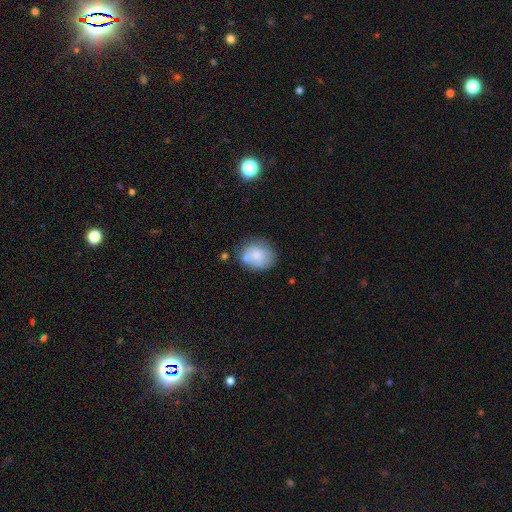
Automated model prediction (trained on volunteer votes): Smooth or featured?
  - smooth: 76% *
  - featured or disk: 17%
  - star or artifact: 7%
How rounded?
  - round: 57% *
  - in between: 43%
  - cigar-shaped: 1%
Merging?
  - none: 62% *
  - minor disturbance: 21%
  - merger: 10%
  - major disturbance: 6%